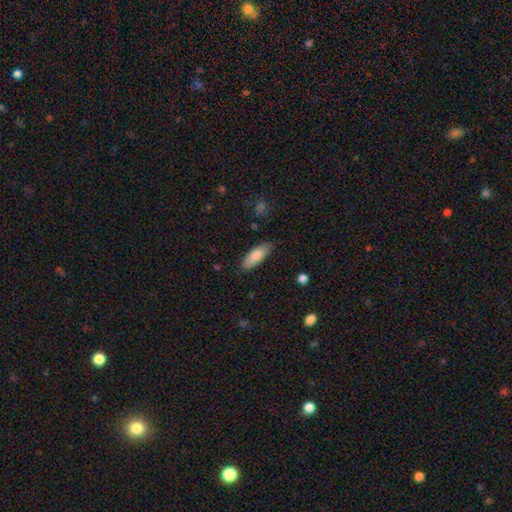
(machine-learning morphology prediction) Smooth or featured: smooth — 83% (featured or disk — 11%)
How rounded: in between — 66% (cigar-shaped — 33%)
Merging: none — 83% (minor disturbance — 13%)